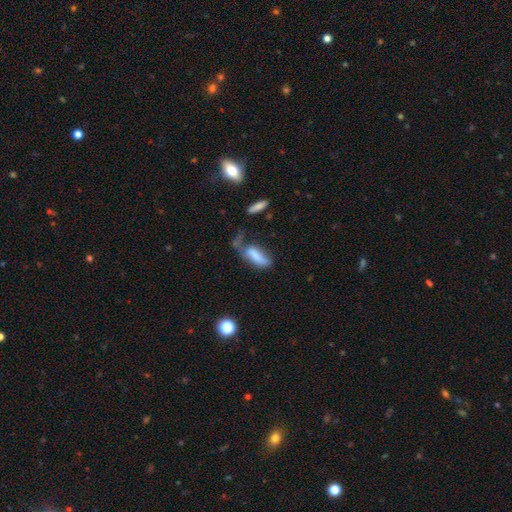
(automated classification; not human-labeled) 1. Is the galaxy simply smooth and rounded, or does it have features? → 71% smooth, 19% featured or disk, 9% star or artifact.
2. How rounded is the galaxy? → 67% in between, 31% cigar-shaped, 3% round.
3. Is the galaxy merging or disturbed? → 36% major disturbance, 25% minor disturbance, 25% none, 14% merger.